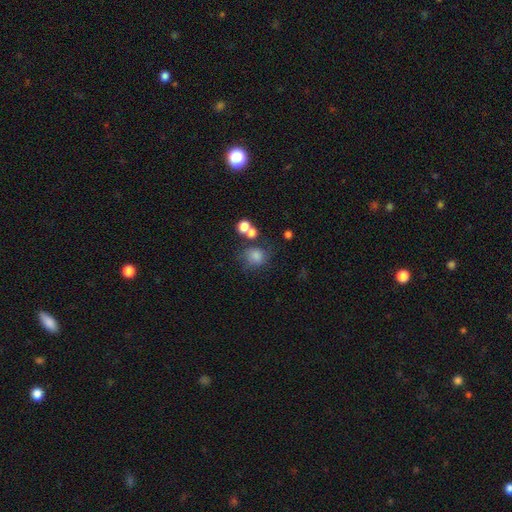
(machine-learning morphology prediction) A smooth galaxy with no disk features (74%) that is round (77%).

Vote fractions:
- Smooth or featured? smooth: 74% / star or artifact: 16% / featured or disk: 10%
- How rounded? round: 77% / in between: 22% / cigar-shaped: 1%
- Merging? none: 57% / minor disturbance: 17% / merger: 16% / major disturbance: 10%